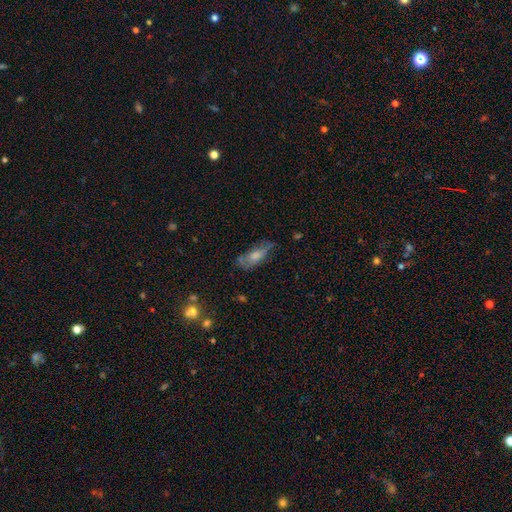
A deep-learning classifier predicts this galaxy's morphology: smooth-or-featured: smooth: 59% | featured or disk: 33% | star or artifact: 8%
  how-rounded: in between: 73% | cigar-shaped: 24% | round: 3%
  merging: none: 50% | minor disturbance: 31% | major disturbance: 15% | merger: 4%